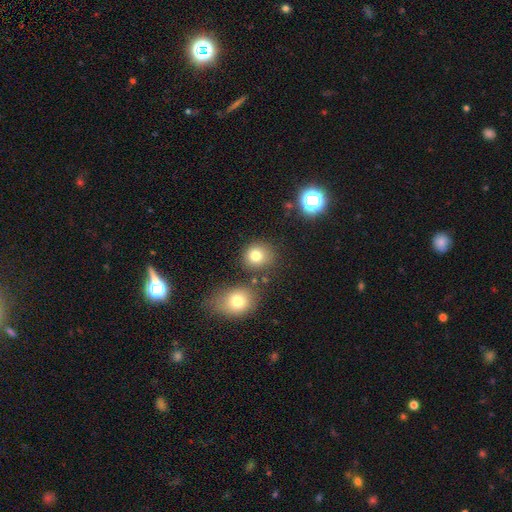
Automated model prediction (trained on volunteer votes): Smooth or featured? smooth (79%)
How rounded? round (81%)
Merging? none (75%)